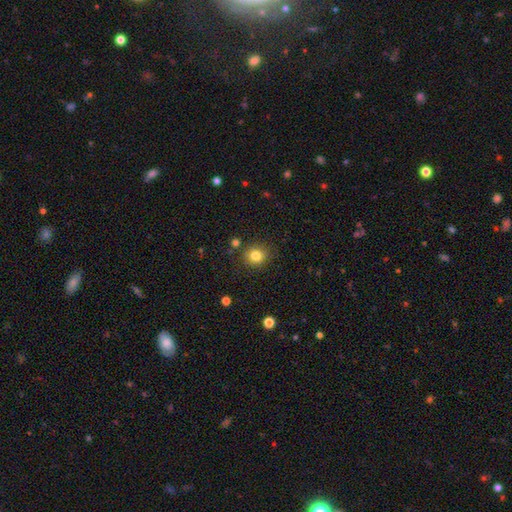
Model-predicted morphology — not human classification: Smooth or featured?
  - smooth: 82% *
  - star or artifact: 12%
  - featured or disk: 6%
How rounded?
  - round: 84% *
  - in between: 15%
  - cigar-shaped: 1%
Merging?
  - none: 85% *
  - minor disturbance: 9%
  - merger: 4%
  - major disturbance: 3%